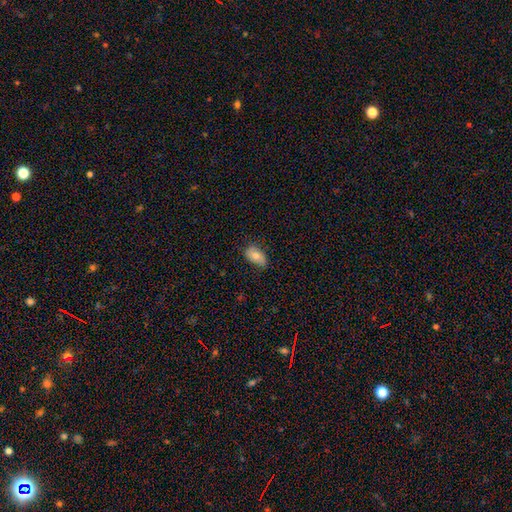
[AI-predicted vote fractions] Morphology: type=smooth (74%); roundness=in between (90%); merging=none (68%).